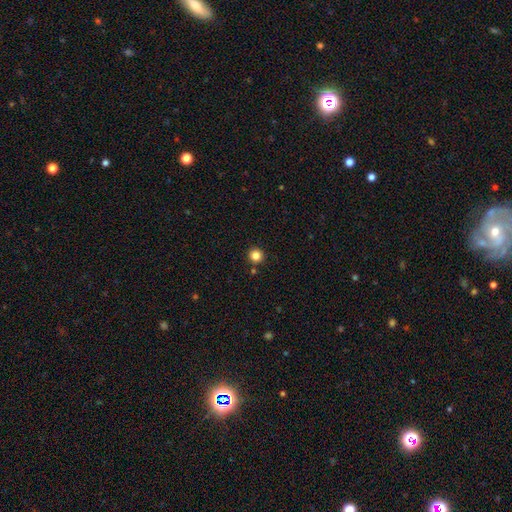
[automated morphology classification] A smooth galaxy with no disk features (83%) that is round (95%). Merging: none (90%).